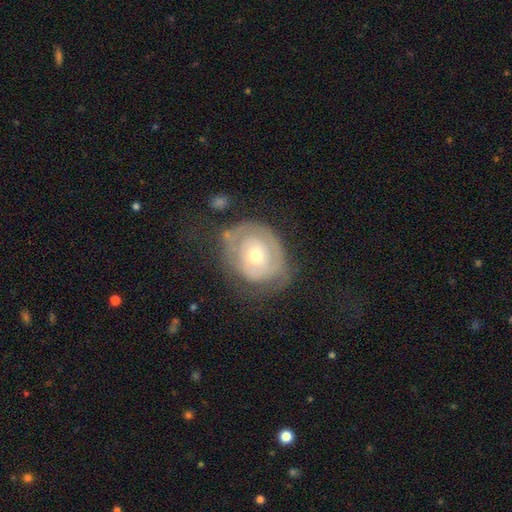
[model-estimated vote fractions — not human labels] A featured or disk galaxy (65%) with no bar (79%), spiral arms (60%) and a moderate central bulge (57%). Merging: none (55%).